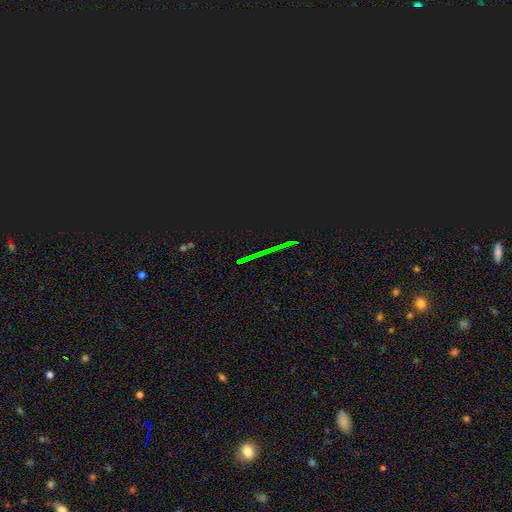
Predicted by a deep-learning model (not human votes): This is clearly a star or artifact rather than a galaxy (81%).